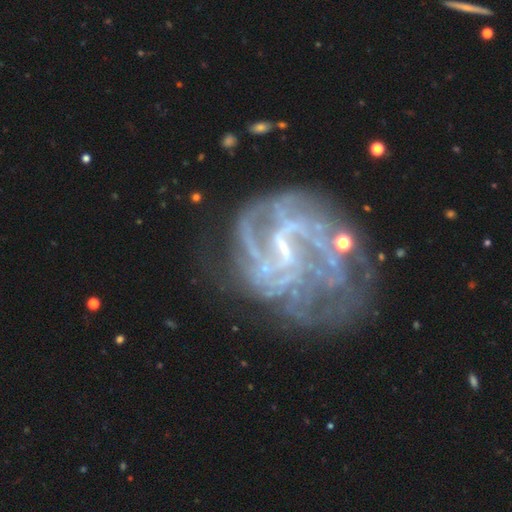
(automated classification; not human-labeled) Overall: featured or disk (83%). Edge-on disk: no (98%). Bar: weak (48%; no 29%). Spiral arms: yes (79%). Spiral arm count: can't tell (39%; 2 19%). Spiral winding: medium (40%; tight 32%). Bulge size: none (46%; small 40%). Merging: none (43%; major disturbance 32%).